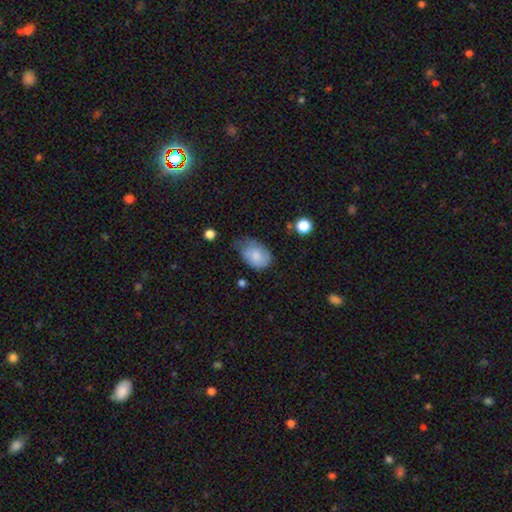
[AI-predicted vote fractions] Smooth or featured? Predicted: smooth (p=0.80). How rounded? Predicted: in between (p=0.79). Merging? Predicted: minor disturbance (p=0.44).